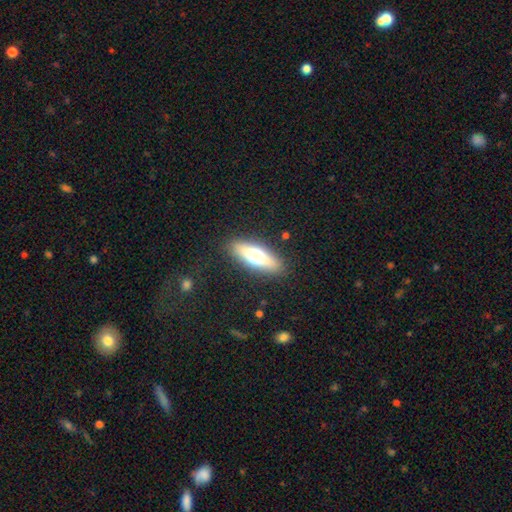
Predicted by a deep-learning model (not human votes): A smooth galaxy with no disk features (57%) that is in between round and cigar-shaped (53%). Merging: none (87%).